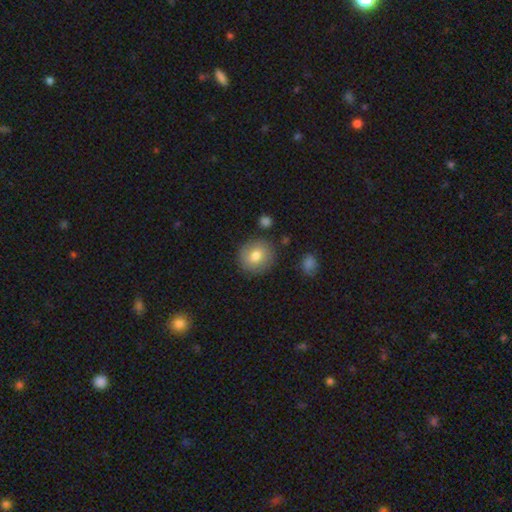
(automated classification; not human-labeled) Overall: smooth (78%). How rounded: round (86%). Merging: none (85%).